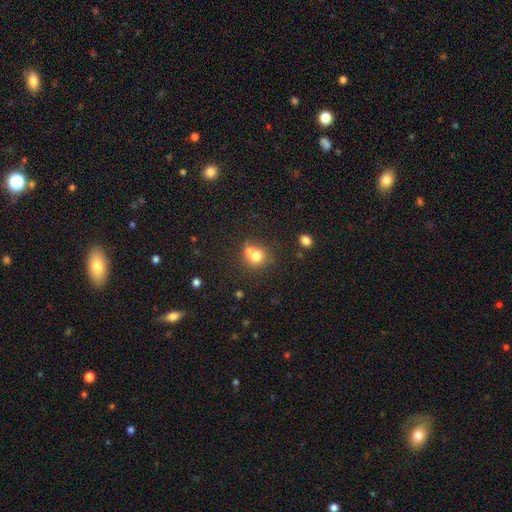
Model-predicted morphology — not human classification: The model was most divided on "merging": merger: 47%, none: 43%, minor disturbance: 7%, major disturbance: 3%. More confident: how rounded — round (84%); smooth or featured — smooth (71%).